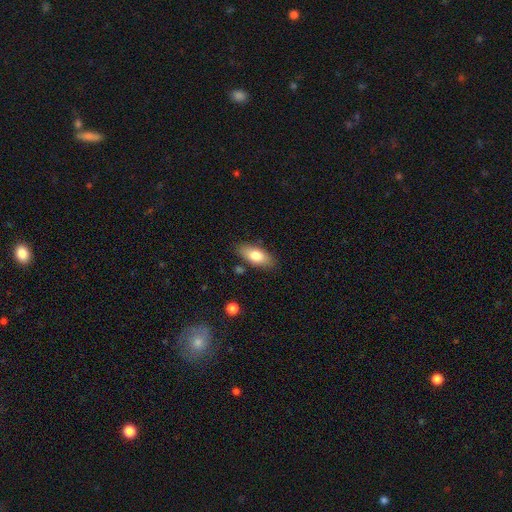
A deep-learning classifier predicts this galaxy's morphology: smooth_or_featured: smooth (p=0.76) [alt: featured or disk p=0.17]
how_rounded: in between (p=0.86) [alt: cigar-shaped p=0.10]
merging: none (p=0.83) [alt: minor disturbance p=0.12]